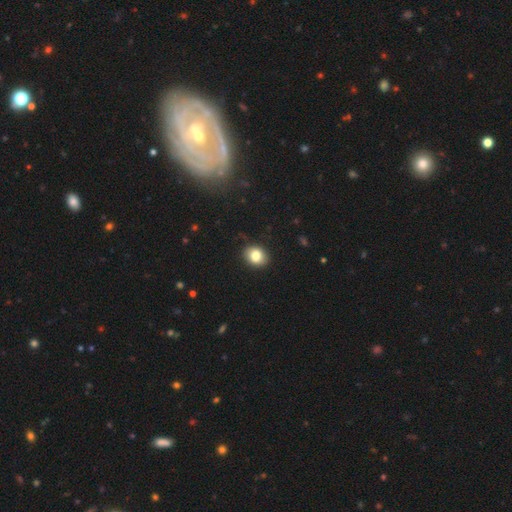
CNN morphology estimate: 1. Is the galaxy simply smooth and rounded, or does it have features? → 82% smooth, 9% star or artifact, 9% featured or disk.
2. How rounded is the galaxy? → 51% in between, 49% round, 1% cigar-shaped.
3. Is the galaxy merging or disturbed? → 87% none, 10% minor disturbance, 2% major disturbance, 1% merger.